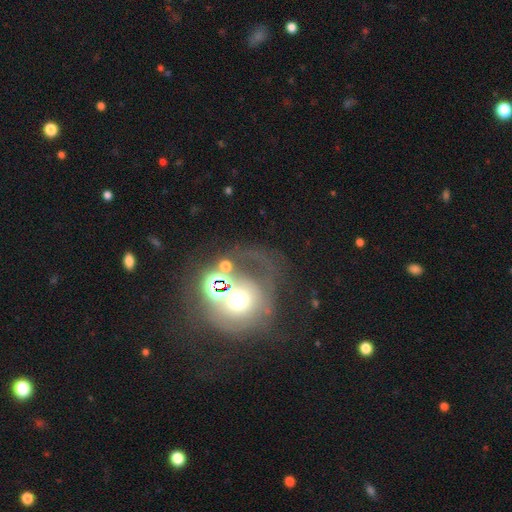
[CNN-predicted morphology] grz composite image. It shows a featured or disk galaxy (51%). Merging: merger (39%).